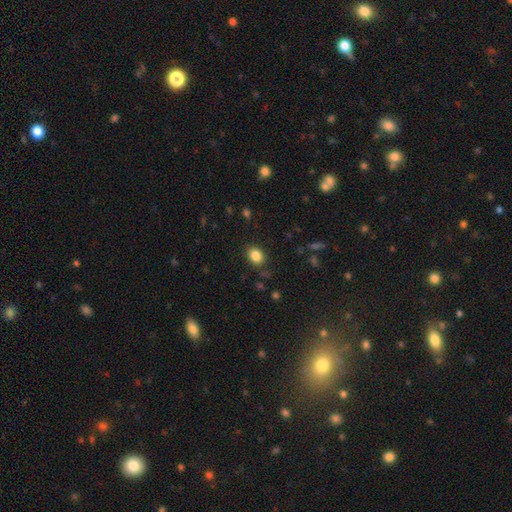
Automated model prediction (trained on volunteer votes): Smooth or featured?
  - smooth: 85% *
  - star or artifact: 10%
  - featured or disk: 5%
How rounded?
  - in between: 56% *
  - round: 43%
  - cigar-shaped: 1%
Merging?
  - none: 84% *
  - minor disturbance: 11%
  - major disturbance: 3%
  - merger: 2%